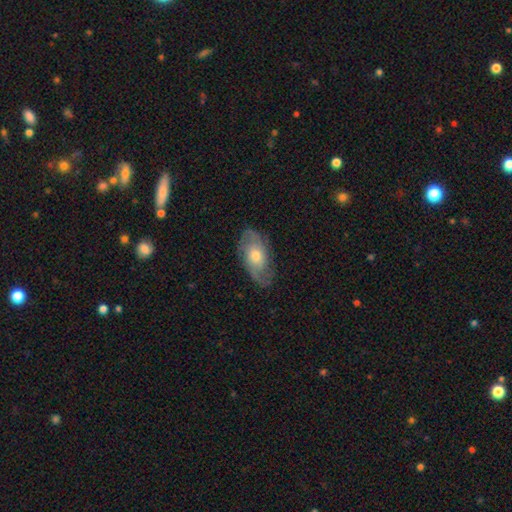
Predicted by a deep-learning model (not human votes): Smooth or featured?
  - featured or disk: 68% *
  - smooth: 26%
  - star or artifact: 6%
Edge-on disk?
  - no: 92% *
  - yes: 8%
Bar?
  - no: 76% *
  - weak: 20%
  - strong: 4%
Spiral arms?
  - yes: 87% *
  - no: 13%
Spiral winding?
  - medium: 43% *
  - tight: 38%
  - loose: 19%
Spiral arm count?
  - 2: 64% *
  - can't tell: 20%
  - 3: 8%
  - 1: 3%
  - 4: 3%
  - more than 4: 2%
Bulge size?
  - moderate: 66% *
  - small: 25%
  - large: 7%
  - none: 1%
  - dominant: 1%
Merging?
  - none: 77% *
  - minor disturbance: 16%
  - major disturbance: 5%
  - merger: 1%